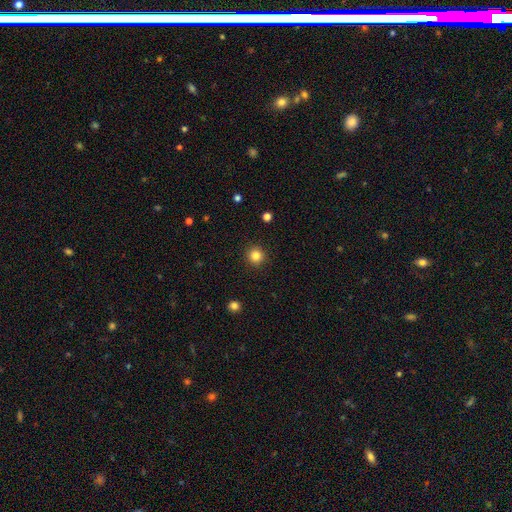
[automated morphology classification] type=smooth (84%); roundness=round (95%); merging=none (92%).